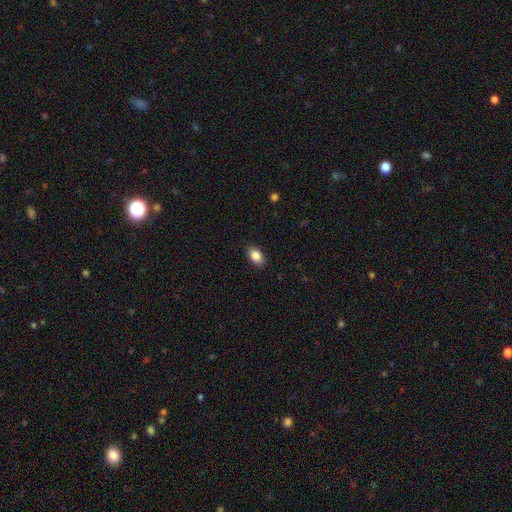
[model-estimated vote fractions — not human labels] Smooth or featured? Predicted: smooth (p=0.86). How rounded? Predicted: in between (p=0.85). Merging? Predicted: none (p=0.88).